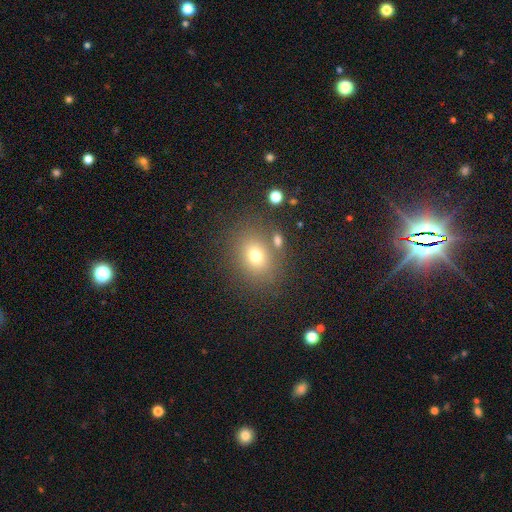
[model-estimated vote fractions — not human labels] smooth 72%, star or artifact 15%, featured or disk 13%. Down the decision tree: how rounded — round (50%); merging — none (75%).